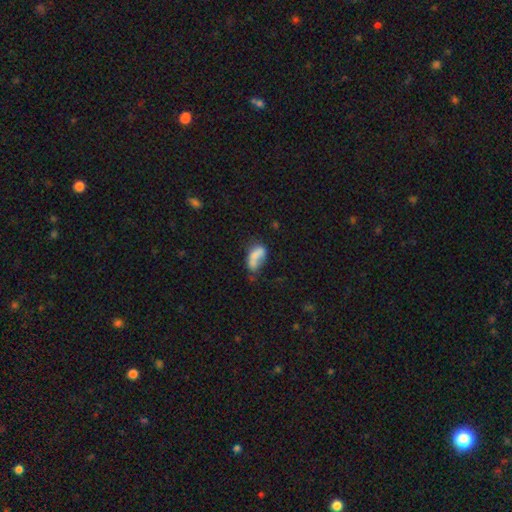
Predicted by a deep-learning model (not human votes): Morphology: type=smooth (66%); roundness=in between (87%); merging=none (28%).